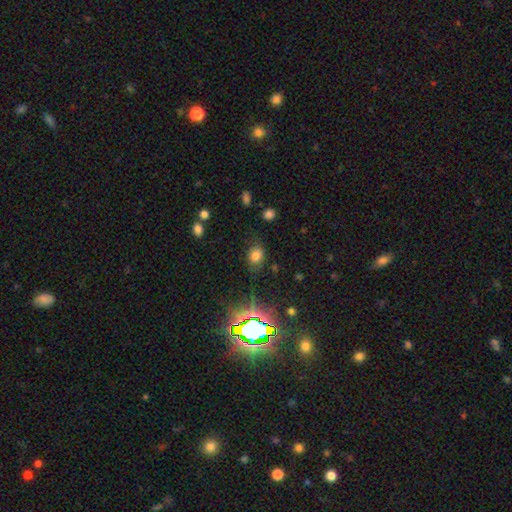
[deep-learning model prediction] Smooth or featured? smooth (70%)
How rounded? in between (62%)
Merging? none (73%)